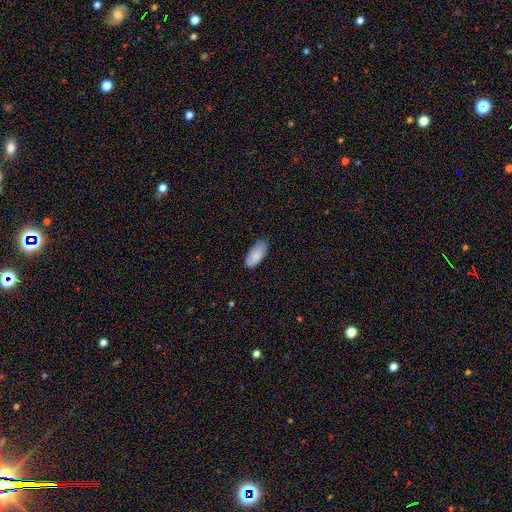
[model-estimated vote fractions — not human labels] Morphology: type=smooth (83%); roundness=in between (90%); merging=none (74%).